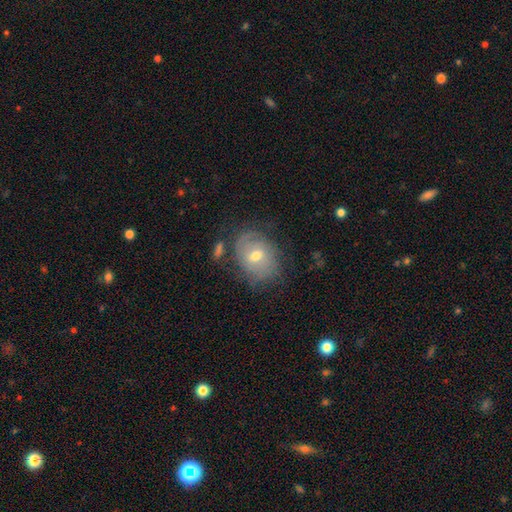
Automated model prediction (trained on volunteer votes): Smooth or featured?
  - featured or disk: 53% *
  - smooth: 36%
  - star or artifact: 10%
Edge-on disk?
  - no: 95% *
  - yes: 5%
Bar?
  - no: 67% *
  - weak: 27%
  - strong: 5%
Spiral arms?
  - yes: 68% *
  - no: 32%
Bulge size?
  - moderate: 66% *
  - small: 30%
  - large: 3%
  - none: 1%
  - dominant: 1%
Merging?
  - none: 65% *
  - minor disturbance: 21%
  - major disturbance: 10%
  - merger: 4%